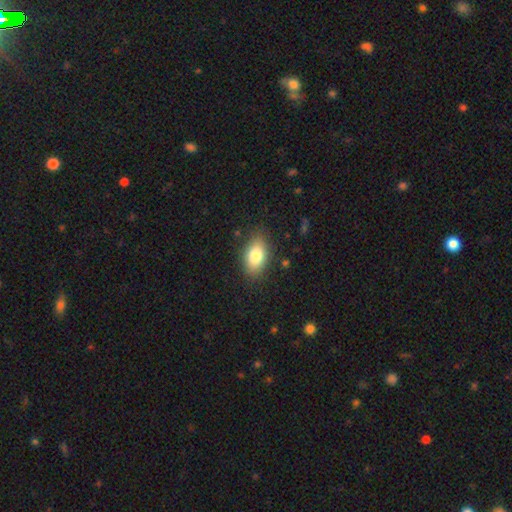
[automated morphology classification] A smooth galaxy with no disk features (81%) that is in between round and cigar-shaped (89%).

Vote fractions:
- Smooth or featured? smooth: 81% / featured or disk: 11% / star or artifact: 8%
- How rounded? in between: 89% / round: 9% / cigar-shaped: 3%
- Merging? none: 83% / minor disturbance: 13% / major disturbance: 3% / merger: 1%